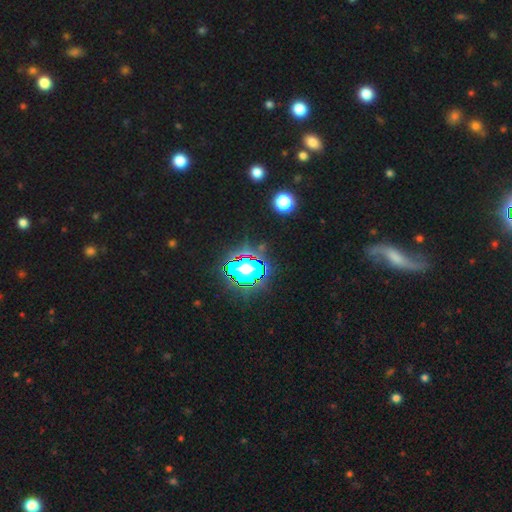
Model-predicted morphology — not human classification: Smooth or featured?
  - star or artifact: 70% *
  - smooth: 17%
  - featured or disk: 13%